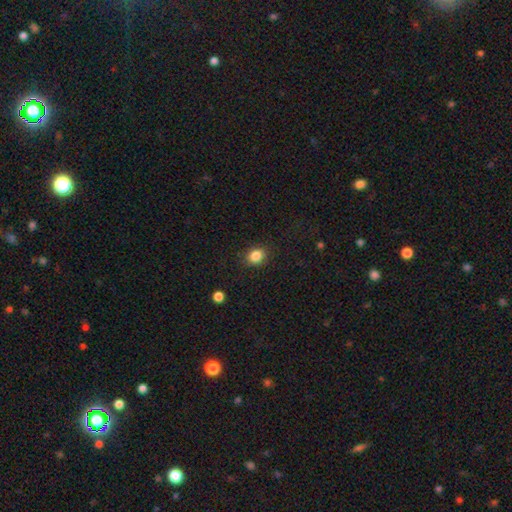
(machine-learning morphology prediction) A smooth galaxy with no disk features (85%) that is round (53%). Merging: none (87%).